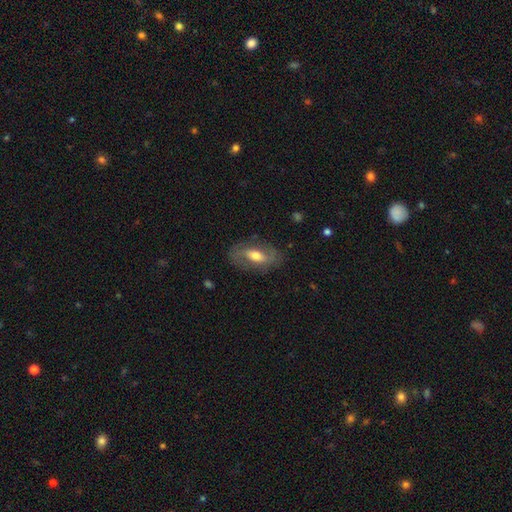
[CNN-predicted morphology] type=featured or disk (52%); edge-on=no (83%); merging=none (77%).